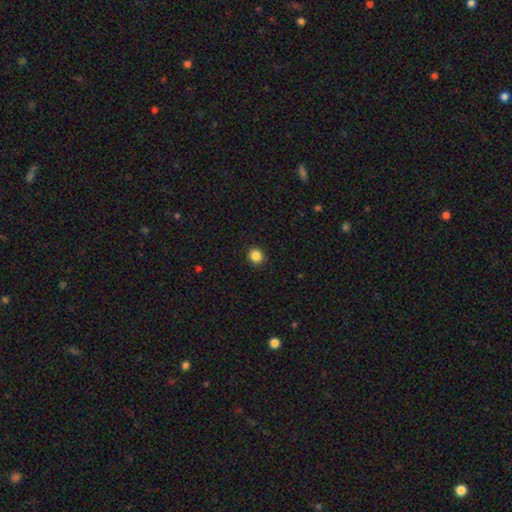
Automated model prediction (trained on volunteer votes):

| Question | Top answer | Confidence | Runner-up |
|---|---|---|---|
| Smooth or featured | smooth | 86% | star or artifact (11%) |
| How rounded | round | 92% | in between (7%) |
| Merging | none | 93% | minor disturbance (5%) |